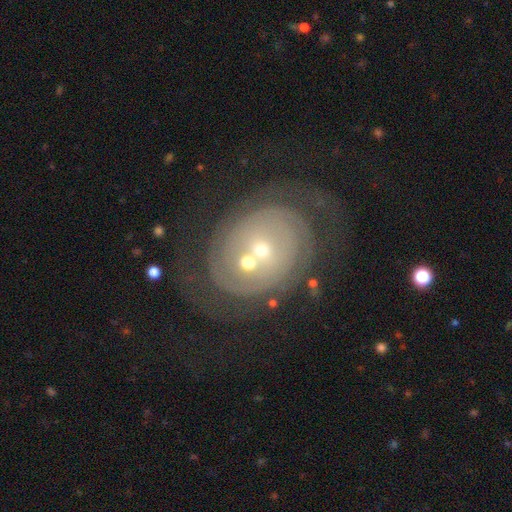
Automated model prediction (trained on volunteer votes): Smooth or featured? featured or disk (78%)
Edge-on disk? no (97%)
Bar? no (81%)
Spiral arms? yes (82%)
Spiral winding? tight (63%)
Spiral arm count? 2 (59%)
Bulge size? small (69%)
Merging? none (54%)